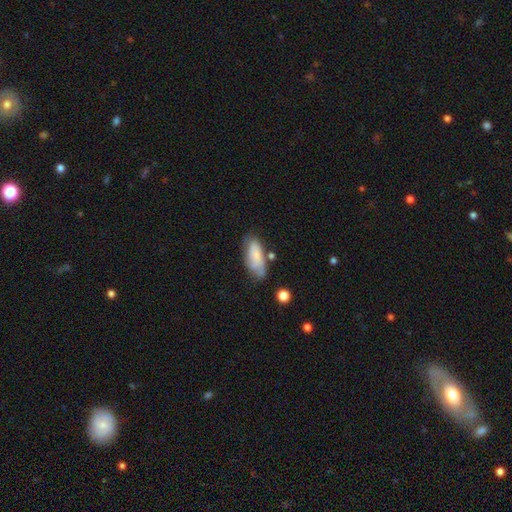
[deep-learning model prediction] The model was most divided on "merging": none: 57%, minor disturbance: 28%, major disturbance: 9%, merger: 7%. More confident: how rounded — in between (82%); smooth or featured — smooth (71%).